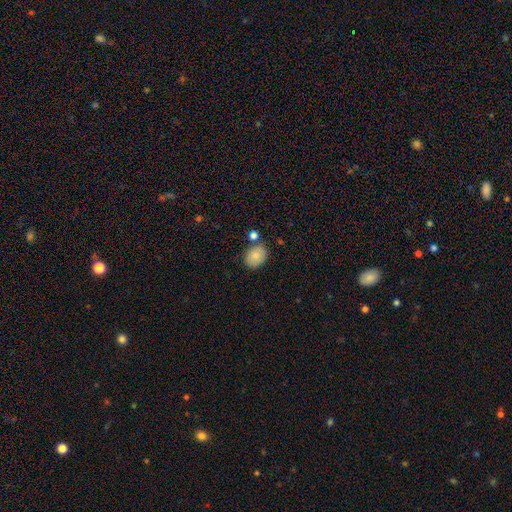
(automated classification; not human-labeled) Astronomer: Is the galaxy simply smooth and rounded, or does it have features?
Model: smooth — 80%.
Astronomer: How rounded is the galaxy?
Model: in between — 63%.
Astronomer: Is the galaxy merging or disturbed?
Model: none — 74%.